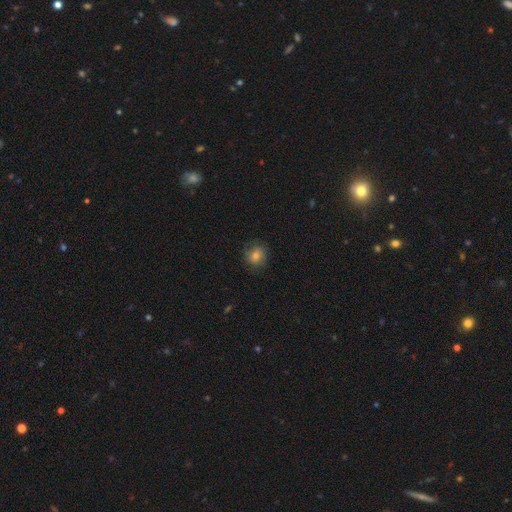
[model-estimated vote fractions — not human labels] Smooth or featured? Predicted: smooth (p=0.72). How rounded? Predicted: round (p=0.79). Merging? Predicted: none (p=0.79).